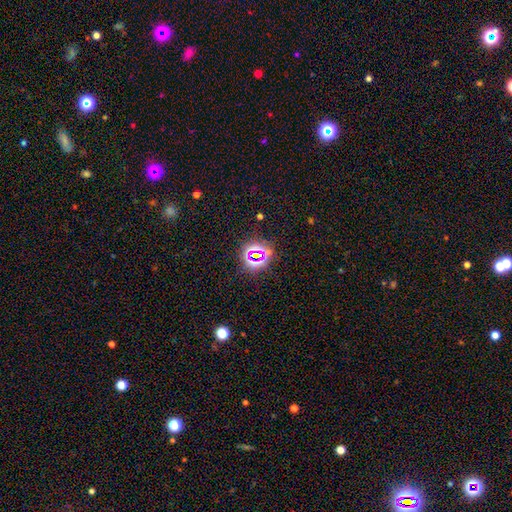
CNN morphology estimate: The model was most divided on "smooth or featured": star or artifact: 66%, smooth: 23%, featured or disk: 11%.